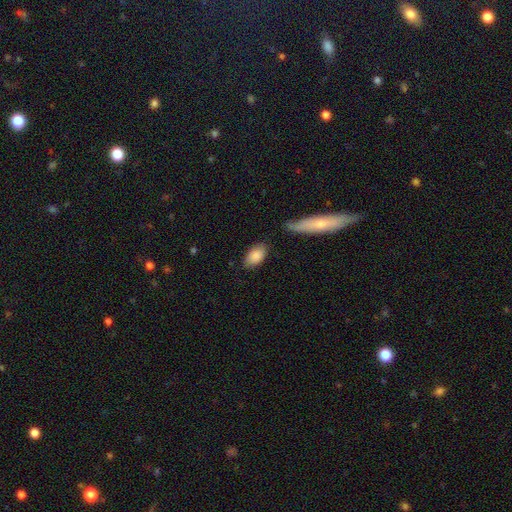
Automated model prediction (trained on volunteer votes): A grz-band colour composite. It shows a smooth galaxy with no disk features (87%) that is in between round and cigar-shaped (92%). Merging: none (79%).